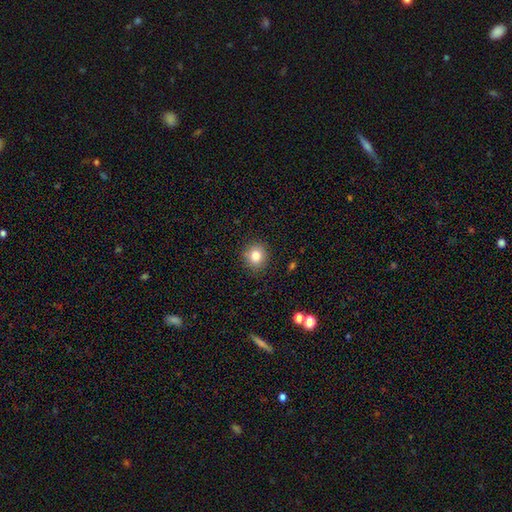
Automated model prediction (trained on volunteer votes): smooth-or-featured: smooth: 82% | star or artifact: 10% | featured or disk: 7%
  how-rounded: round: 86% | in between: 13% | cigar-shaped: 1%
  merging: none: 88% | minor disturbance: 8% | major disturbance: 2% | merger: 1%